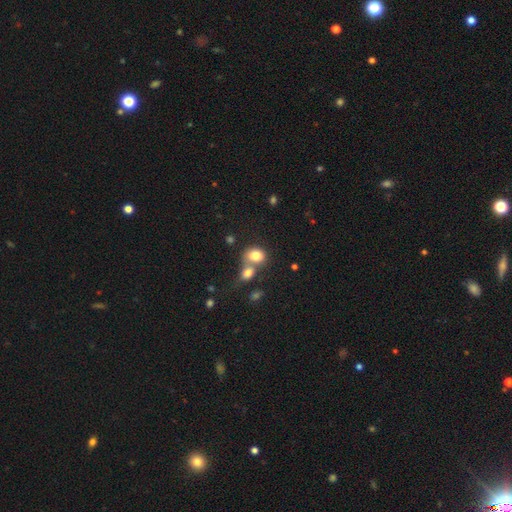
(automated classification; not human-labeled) Morphology: type=smooth (80%); roundness=in between (55%); merging=merger (52%).